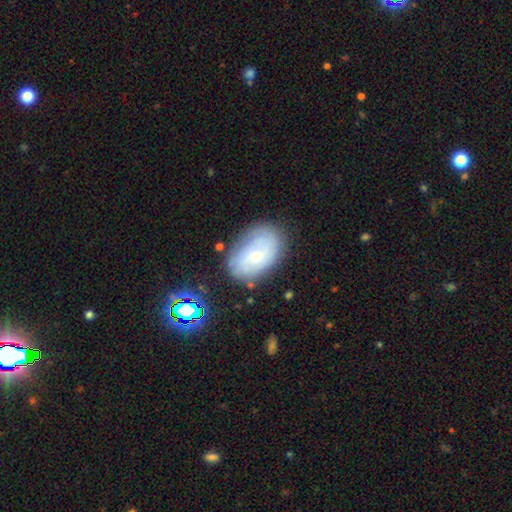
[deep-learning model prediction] The model was most divided on "smooth or featured": smooth: 47%, featured or disk: 43%, star or artifact: 10%. More confident: merging — none (70%).